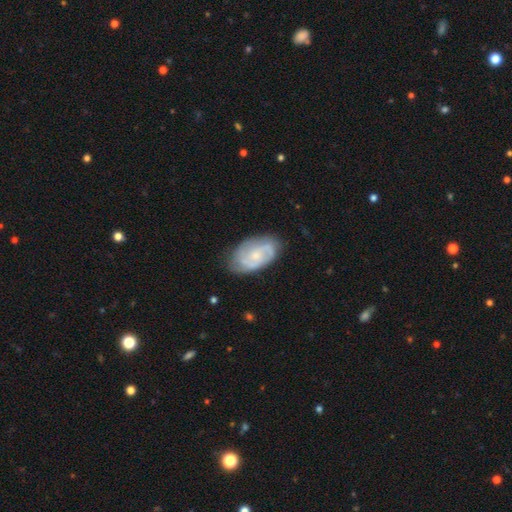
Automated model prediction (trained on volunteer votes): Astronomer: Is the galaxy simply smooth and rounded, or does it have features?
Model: featured or disk — 72%.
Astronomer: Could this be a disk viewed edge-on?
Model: no — 96%.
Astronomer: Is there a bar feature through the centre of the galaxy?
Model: no — 67%.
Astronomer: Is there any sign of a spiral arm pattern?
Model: yes — 89%.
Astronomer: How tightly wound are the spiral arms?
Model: tight — 45% (runner-up: medium, 41%).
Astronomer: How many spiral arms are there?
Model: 2 — 48% (runner-up: can't tell, 28%).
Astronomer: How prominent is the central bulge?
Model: small — 63%.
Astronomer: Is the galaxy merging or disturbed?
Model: none — 73%.